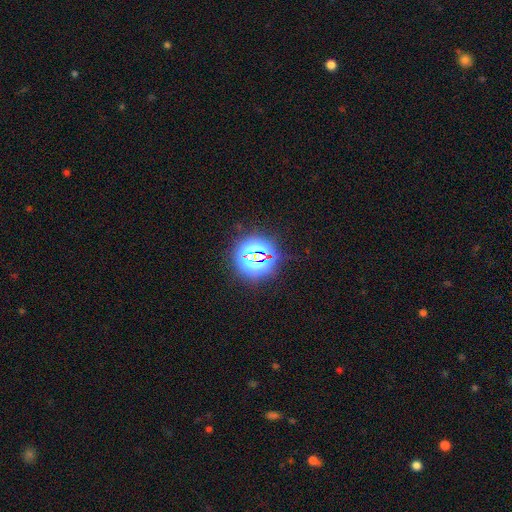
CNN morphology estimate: star or artifact 74%, smooth 17%, featured or disk 9%.